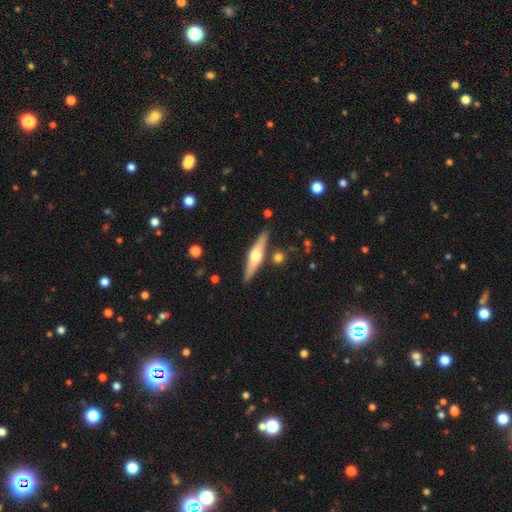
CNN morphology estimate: Smooth or featured? Predicted: featured or disk (p=0.65). Edge-on disk? Predicted: yes (p=0.96). Edge-on bulge? Predicted: rounded (p=0.94). Merging? Predicted: none (p=0.85).